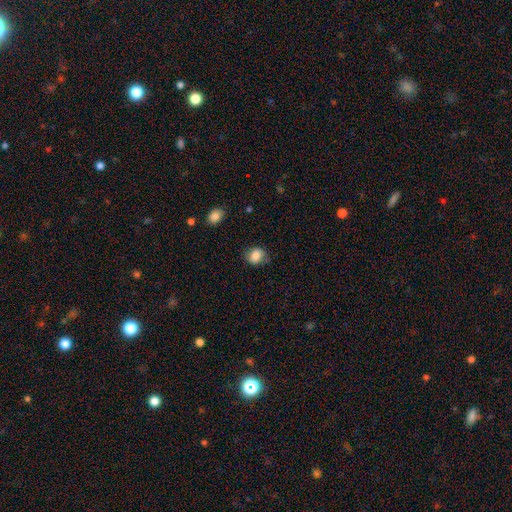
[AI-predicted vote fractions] Smooth or featured: smooth — 82% (featured or disk — 9%)
How rounded: round — 57% (in between — 42%)
Merging: none — 72% (minor disturbance — 20%)